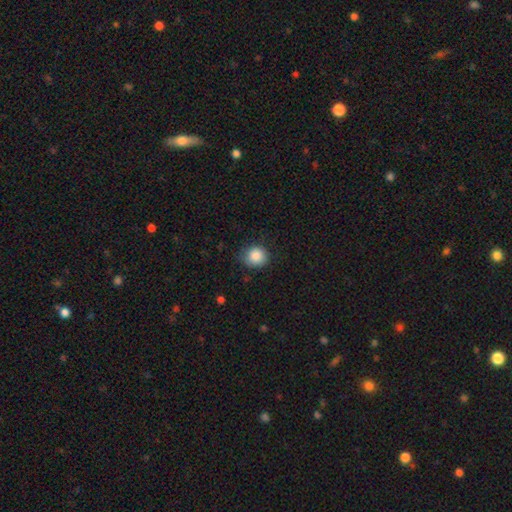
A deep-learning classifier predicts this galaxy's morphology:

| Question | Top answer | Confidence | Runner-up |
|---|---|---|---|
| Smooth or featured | smooth | 87% | star or artifact (9%) |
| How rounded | round | 83% | in between (16%) |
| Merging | none | 75% | minor disturbance (20%) |